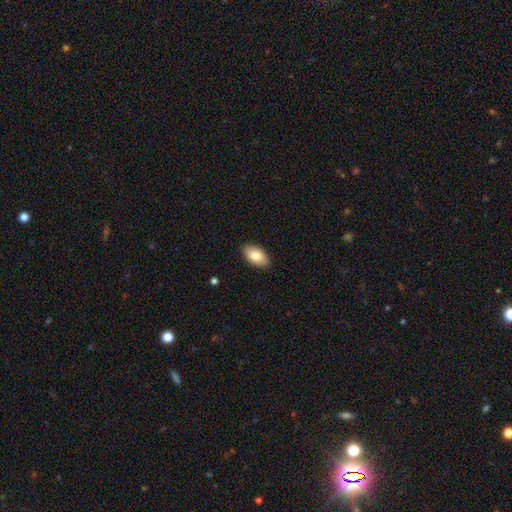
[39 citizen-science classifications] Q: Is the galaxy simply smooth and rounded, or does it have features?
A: smooth — 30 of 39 (77%).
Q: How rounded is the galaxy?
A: in between — 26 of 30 (87%).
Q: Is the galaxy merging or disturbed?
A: none — 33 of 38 (87%).